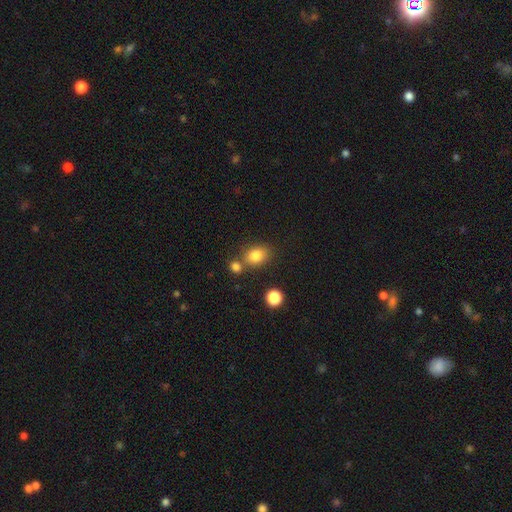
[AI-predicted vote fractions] smooth 82%, star or artifact 11%, featured or disk 7%. Down the decision tree: how rounded — in between (63%); merging — none (64%).